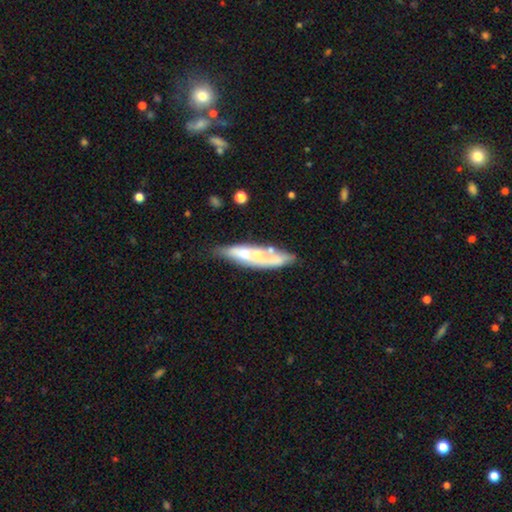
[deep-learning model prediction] A featured or disk galaxy (51%).

Vote fractions:
- Smooth or featured? featured or disk: 51% / smooth: 42% / star or artifact: 7%
- Edge-on disk? no: 58% / yes: 42%
- Merging? none: 47% / merger: 22% / minor disturbance: 21% / major disturbance: 9%